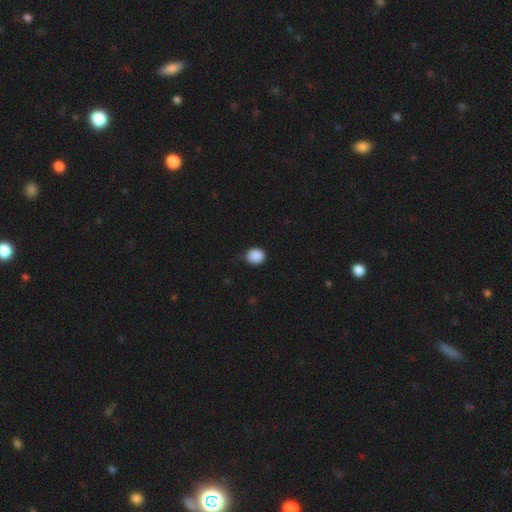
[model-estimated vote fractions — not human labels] The model was most divided on "how rounded": round: 70%, in between: 29%, cigar-shaped: 1%. More confident: smooth or featured — smooth (89%); merging — none (82%).